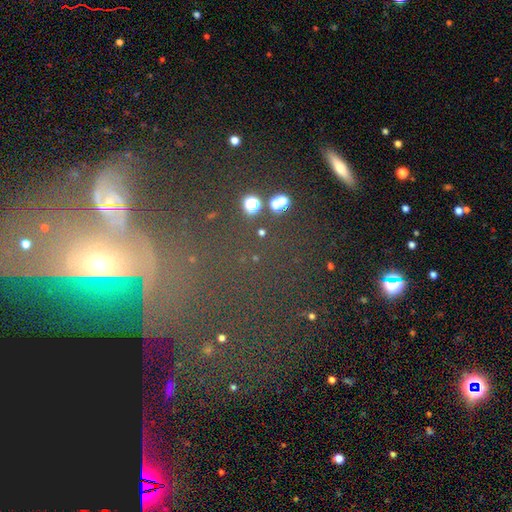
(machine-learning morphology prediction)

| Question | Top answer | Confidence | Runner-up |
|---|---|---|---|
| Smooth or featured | featured or disk | 44% | star or artifact (33%) |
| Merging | merger | 49% | major disturbance (25%) |